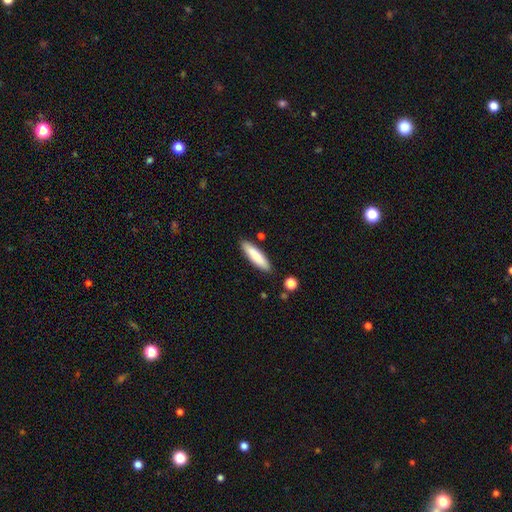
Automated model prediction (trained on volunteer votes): smooth-or-featured: smooth: 85% | featured or disk: 10% | star or artifact: 6%
  how-rounded: cigar-shaped: 71% | in between: 27% | round: 1%
  merging: none: 87% | minor disturbance: 9% | merger: 2% | major disturbance: 2%